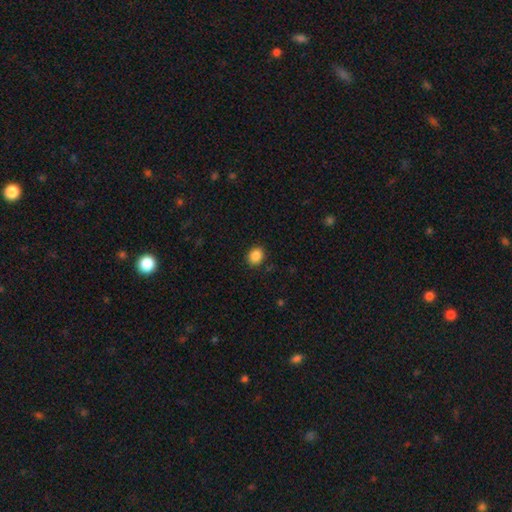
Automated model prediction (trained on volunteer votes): This is clearly a smooth galaxy (88%). How rounded: possibly round (52%). Merging: clearly none (89%).